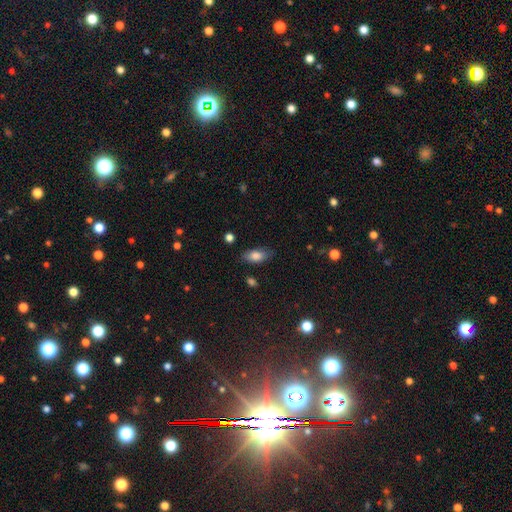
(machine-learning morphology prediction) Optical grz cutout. It shows a smooth galaxy with no disk features (82%) that is in between round and cigar-shaped (88%). Merging: none (80%).